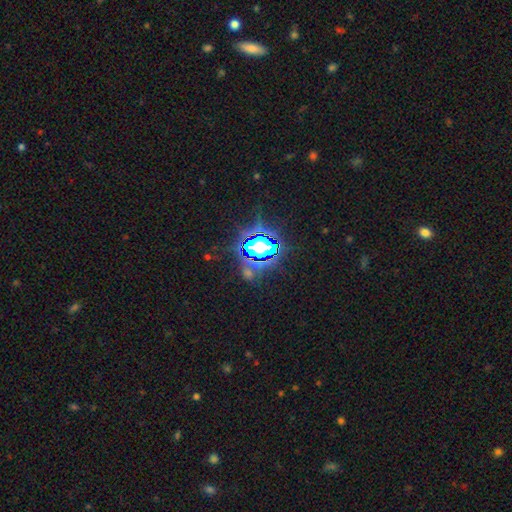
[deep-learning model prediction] A star or artifact, not a galaxy (81%).

Vote fractions:
- Smooth or featured? star or artifact: 81% / smooth: 12% / featured or disk: 7%